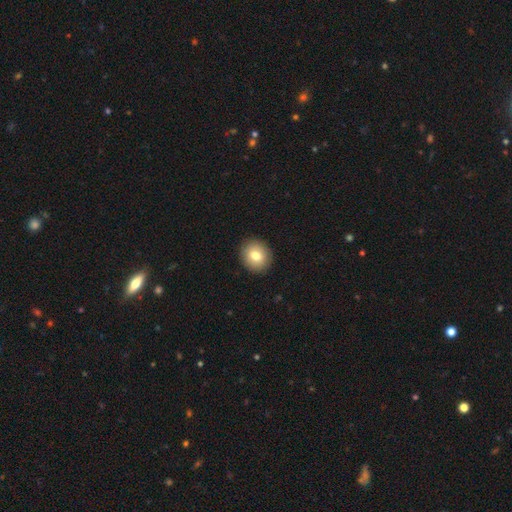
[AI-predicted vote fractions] Q: Smooth or featured?
A: smooth (79%); runner-up: featured or disk (12%)
Q: How rounded?
A: round (74%); runner-up: in between (25%)
Q: Merging?
A: none (91%); runner-up: minor disturbance (6%)